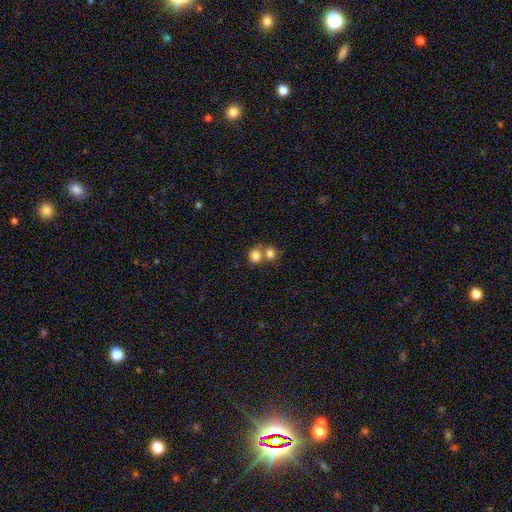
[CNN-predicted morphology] Overall: smooth (80%). How rounded: round (65%; in between 34%). Merging: merger (53%; none 35%).